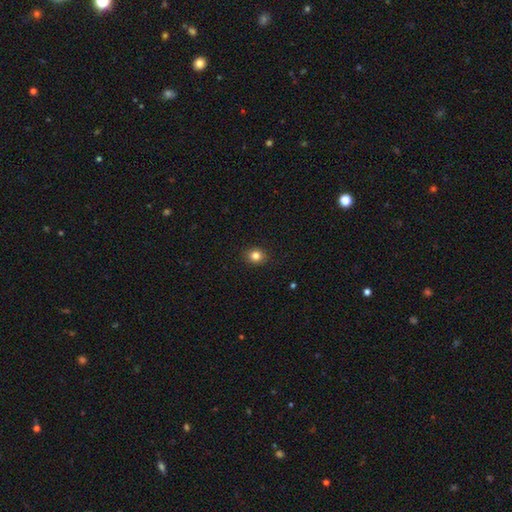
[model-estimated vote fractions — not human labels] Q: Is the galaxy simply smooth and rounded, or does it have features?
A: smooth — 83%.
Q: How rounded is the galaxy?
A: round — 73%.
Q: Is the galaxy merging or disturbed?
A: none — 90%.